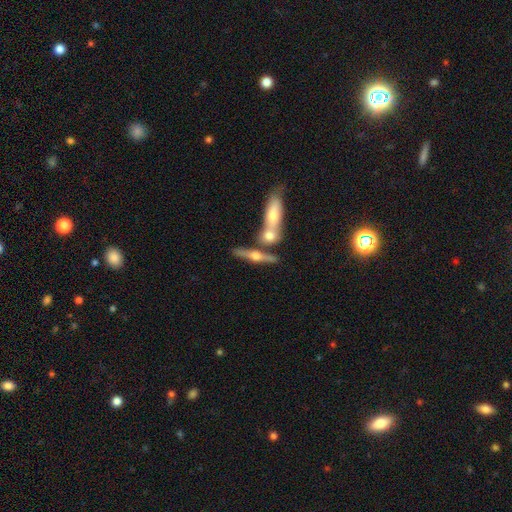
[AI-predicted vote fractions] featured or disk 70%, smooth 23%, star or artifact 7%. Down the decision tree: edge-on disk — yes (94%); edge-on bulge — rounded (94%); merging — none (57%).